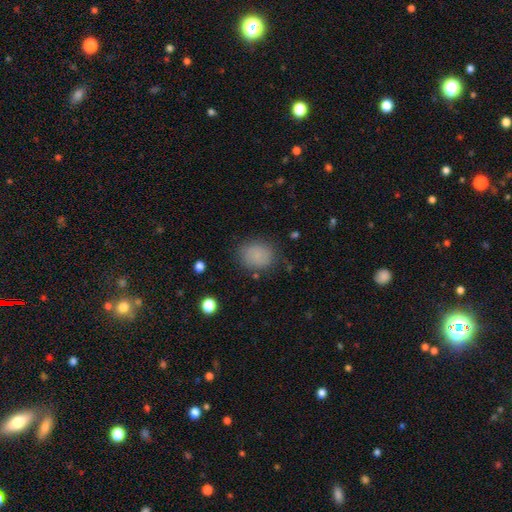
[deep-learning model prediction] Morphology: type=smooth (82%); roundness=in between (51%); merging=none (79%).